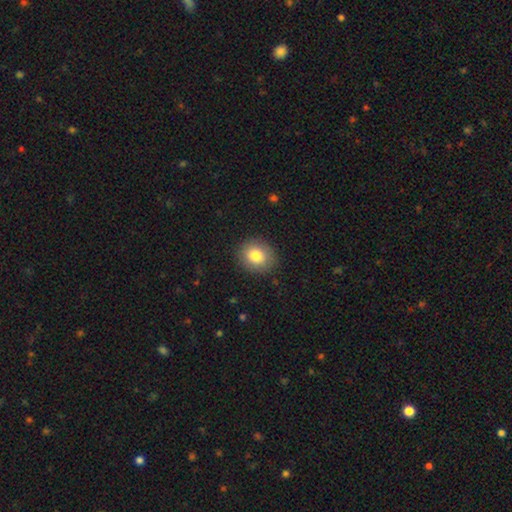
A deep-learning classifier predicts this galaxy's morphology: type=smooth (83%); roundness=round (67%); merging=none (87%).